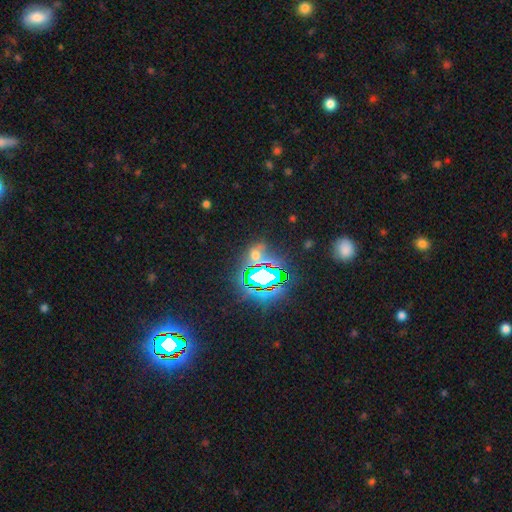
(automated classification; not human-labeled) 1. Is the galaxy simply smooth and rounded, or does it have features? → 64% star or artifact, 25% smooth, 11% featured or disk.